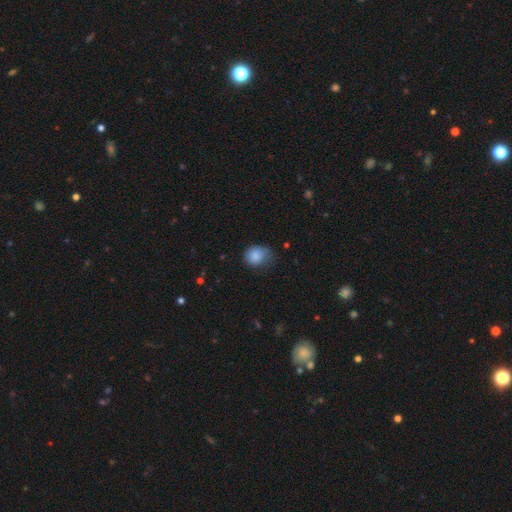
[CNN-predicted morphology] smooth 84%, star or artifact 9%, featured or disk 7%. Down the decision tree: how rounded — round (64%); merging — none (48%).